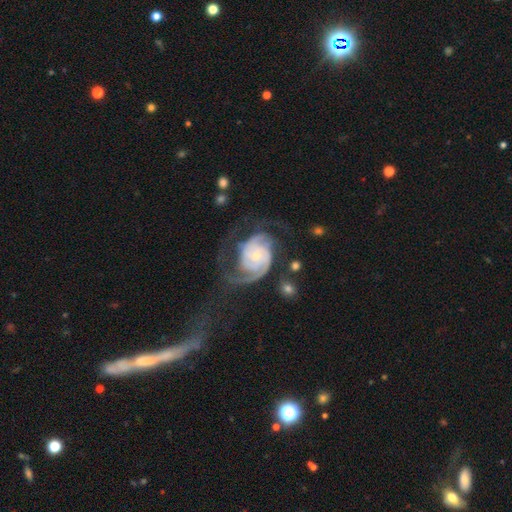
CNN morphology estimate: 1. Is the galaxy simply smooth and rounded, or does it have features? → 89% featured or disk, 6% smooth, 4% star or artifact.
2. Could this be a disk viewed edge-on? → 98% no, 2% yes.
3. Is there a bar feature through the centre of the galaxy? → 69% no, 25% weak, 6% strong.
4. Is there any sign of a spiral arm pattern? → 97% yes, 3% no.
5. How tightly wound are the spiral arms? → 44% tight, 41% medium, 15% loose.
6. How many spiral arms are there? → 43% 2, 24% 3, 14% can't tell, 8% 1, 6% 4, 5% more than 4.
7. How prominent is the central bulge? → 68% small, 26% moderate, 3% large, 2% none, 1% dominant.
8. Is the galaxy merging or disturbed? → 49% none, 29% major disturbance, 19% minor disturbance, 3% merger.